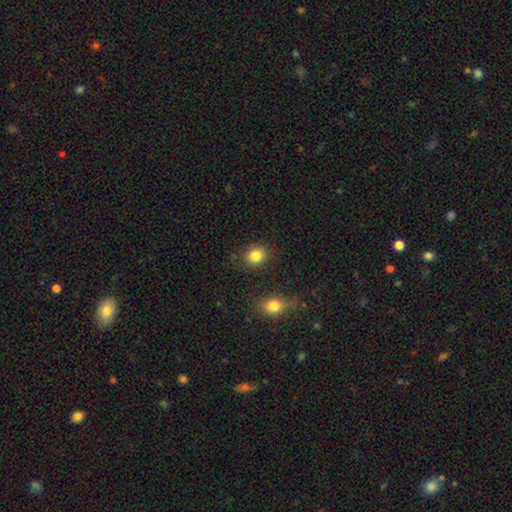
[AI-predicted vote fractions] Smooth or featured?
  - smooth: 84% *
  - star or artifact: 10%
  - featured or disk: 6%
How rounded?
  - round: 71% *
  - in between: 28%
  - cigar-shaped: 1%
Merging?
  - none: 82% *
  - minor disturbance: 10%
  - merger: 4%
  - major disturbance: 3%